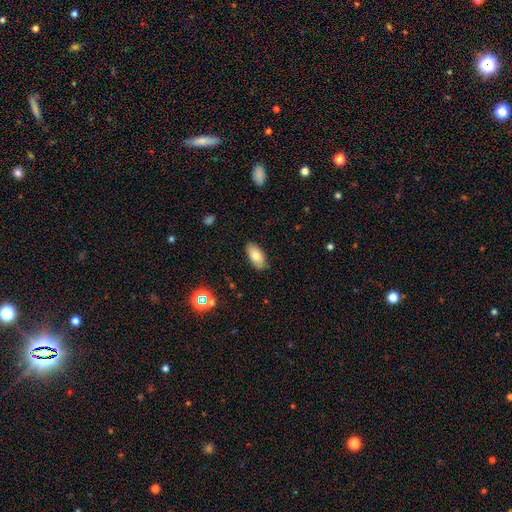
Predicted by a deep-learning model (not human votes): smooth 78%, featured or disk 13%, star or artifact 8%. Down the decision tree: how rounded — in between (92%); merging — none (83%).